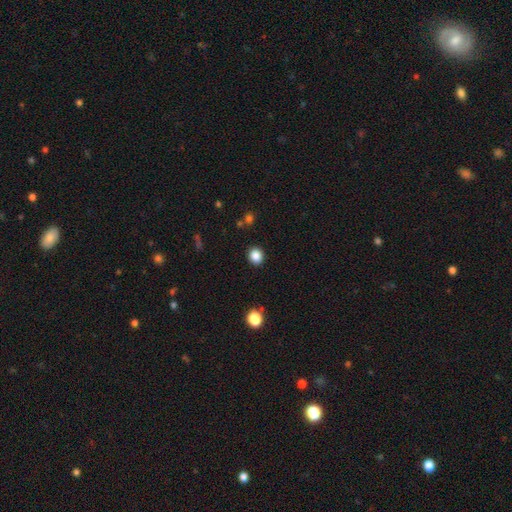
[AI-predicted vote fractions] Overall: smooth (86%). How rounded: round (79%). Merging: none (90%).